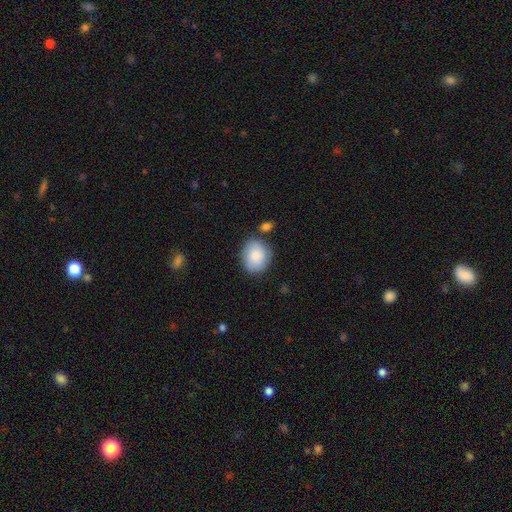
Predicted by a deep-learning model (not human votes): A smooth galaxy with no disk features (83%) that is round (61%). Merging: none (73%).